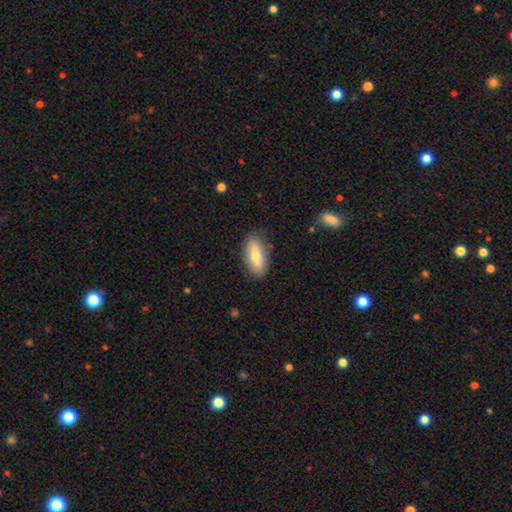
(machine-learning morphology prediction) Q: Smooth or featured?
A: smooth (69%); runner-up: featured or disk (24%)
Q: How rounded?
A: in between (83%); runner-up: cigar-shaped (14%)
Q: Merging?
A: none (85%); runner-up: minor disturbance (11%)